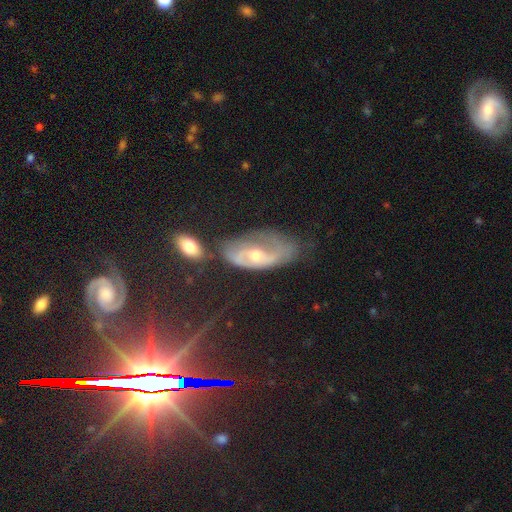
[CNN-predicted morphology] Overall: featured or disk (65%). Edge-on disk: no (88%). Bar: no (54%; weak 34%). Spiral arms: yes (73%). Bulge size: moderate (52%; small 44%). Merging: none (47%; minor disturbance 29%).